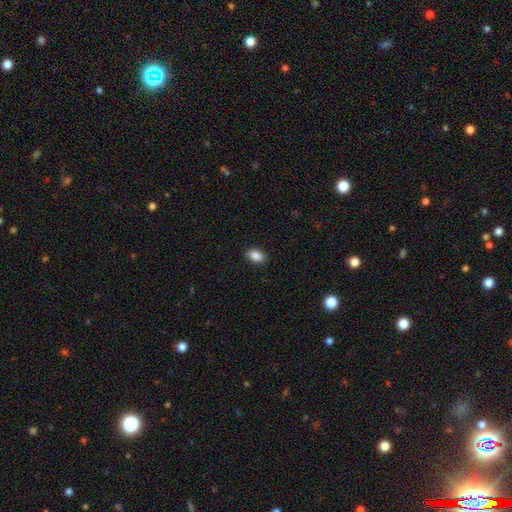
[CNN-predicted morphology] smooth-or-featured: smooth: 89% | star or artifact: 8% | featured or disk: 3%
  how-rounded: in between: 90% | round: 9% | cigar-shaped: 2%
  merging: none: 89% | minor disturbance: 8% | major disturbance: 2% | merger: 1%